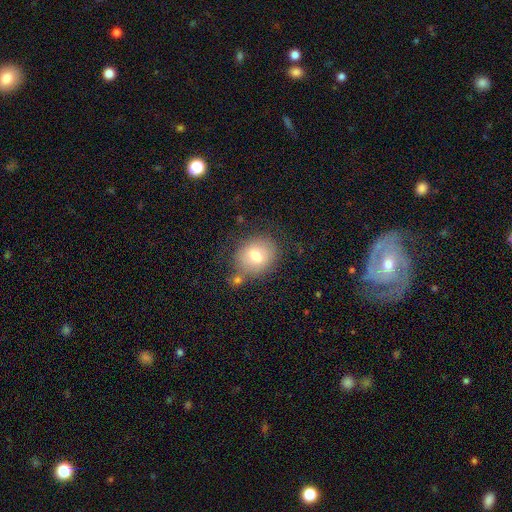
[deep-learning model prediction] Smooth or featured? smooth (74%)
How rounded? round (76%)
Merging? none (66%)